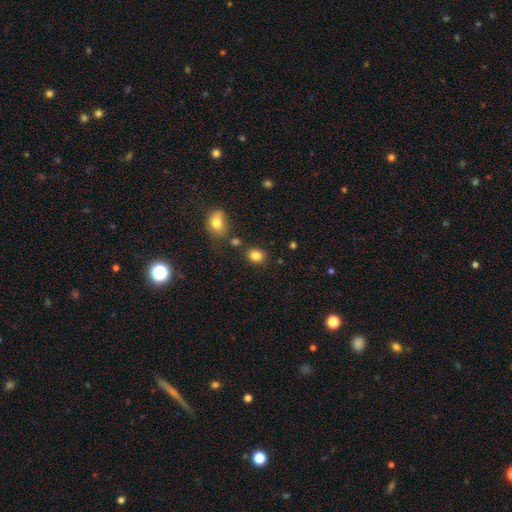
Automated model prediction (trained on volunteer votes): This is clearly a smooth galaxy (84%). How rounded: possibly round (60%). Merging: likely none (80%).